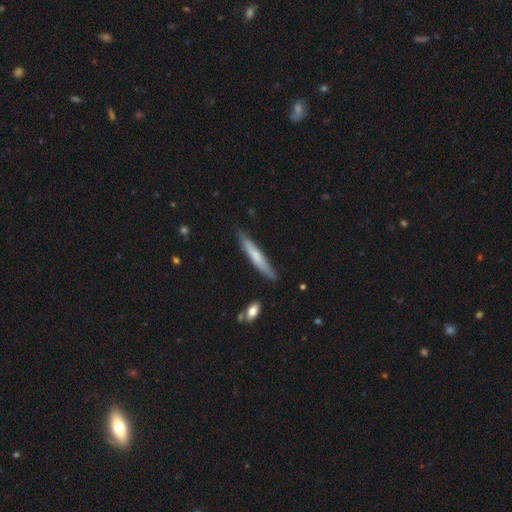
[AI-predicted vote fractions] Smooth or featured: smooth — 62% (featured or disk — 33%)
How rounded: cigar-shaped — 94% (in between — 5%)
Merging: none — 83% (minor disturbance — 13%)